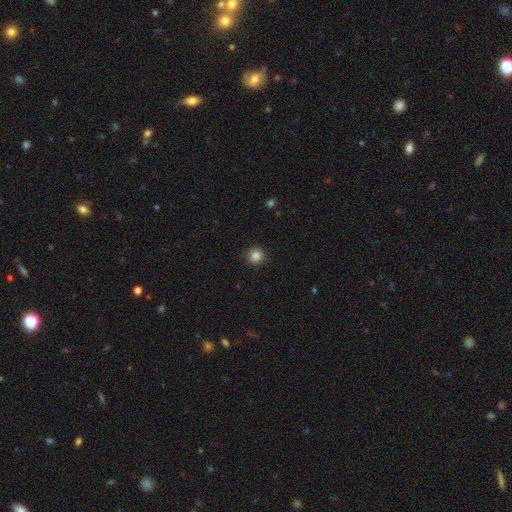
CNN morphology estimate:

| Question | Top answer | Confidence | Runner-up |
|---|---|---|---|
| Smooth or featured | smooth | 86% | star or artifact (11%) |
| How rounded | round | 94% | in between (5%) |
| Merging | none | 90% | minor disturbance (7%) |